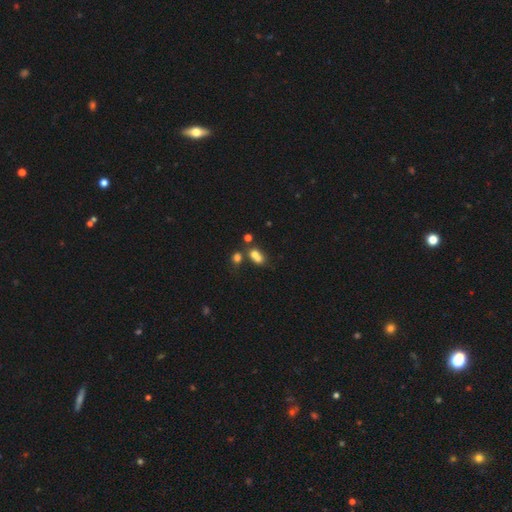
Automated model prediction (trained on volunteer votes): This appears to be a smooth galaxy with no disk features (70%) that is in between round and cigar-shaped (59%). Merging: merger (54%).